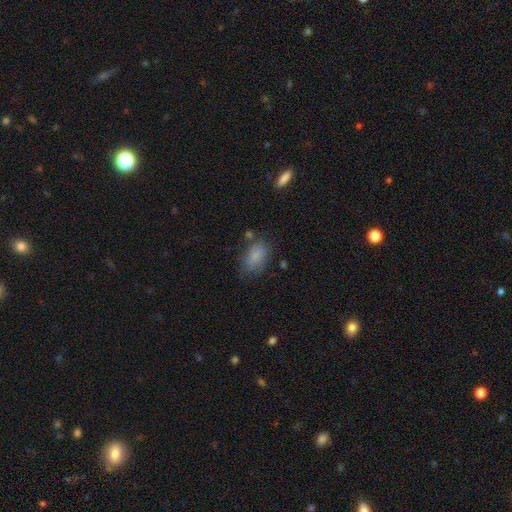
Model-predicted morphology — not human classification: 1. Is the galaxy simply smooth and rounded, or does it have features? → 81% smooth, 9% star or artifact, 9% featured or disk.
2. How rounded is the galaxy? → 85% in between, 13% round, 2% cigar-shaped.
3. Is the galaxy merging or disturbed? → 66% none, 21% minor disturbance, 8% major disturbance, 5% merger.